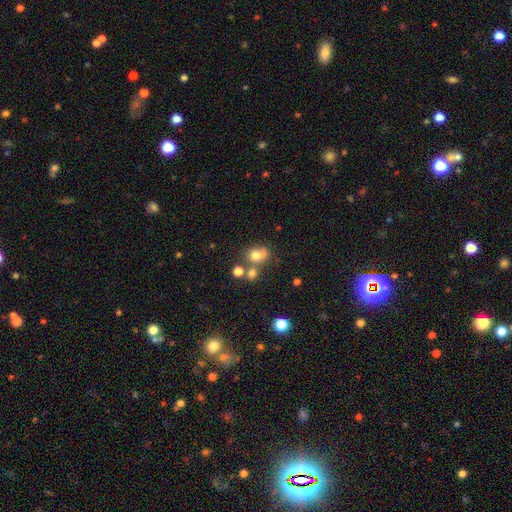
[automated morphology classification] smooth 71%, featured or disk 15%, star or artifact 14%. Down the decision tree: how rounded — round (62%); merging — none (41%).